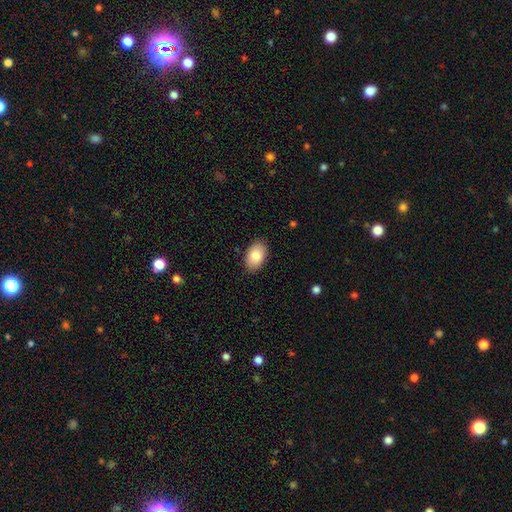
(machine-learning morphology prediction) Overall: smooth (86%). How rounded: in between (92%). Merging: none (88%).